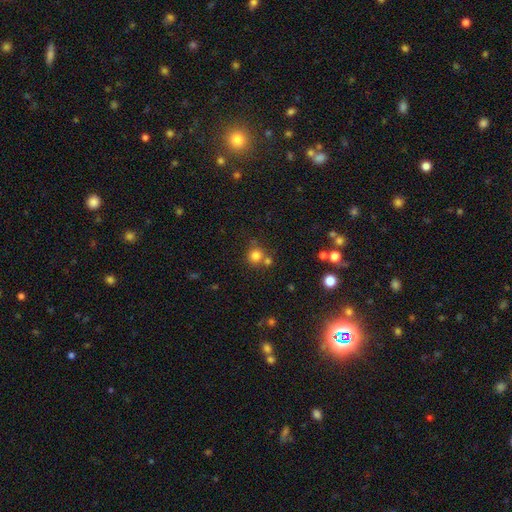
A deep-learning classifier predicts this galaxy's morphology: This appears to be a smooth galaxy with no disk features (80%) that is round (90%). Merging: none (63%).